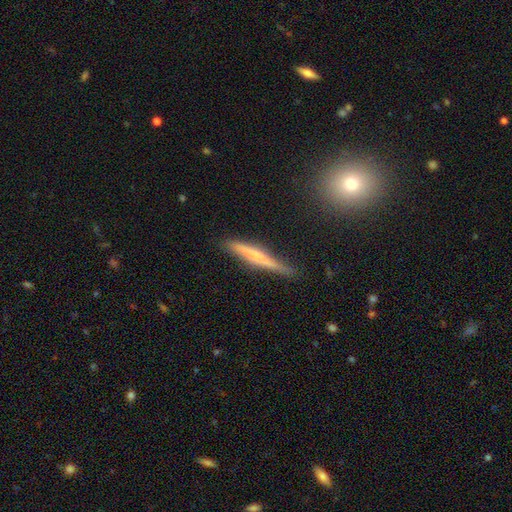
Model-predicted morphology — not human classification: The model was most divided on "smooth or featured": featured or disk: 49%, smooth: 45%, star or artifact: 7%. More confident: merging — none (75%).